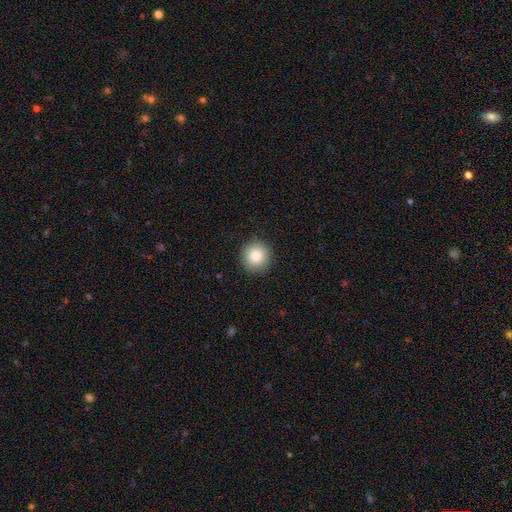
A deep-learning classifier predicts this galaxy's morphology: Q: Smooth or featured?
A: smooth (83%); runner-up: star or artifact (9%)
Q: How rounded?
A: round (95%); runner-up: in between (4%)
Q: Merging?
A: none (90%); runner-up: minor disturbance (7%)